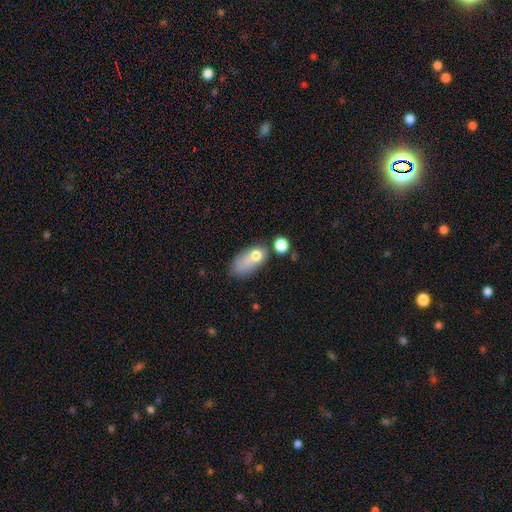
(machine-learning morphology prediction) Q: Smooth or featured?
A: smooth (68%); runner-up: featured or disk (21%)
Q: How rounded?
A: in between (82%); runner-up: round (14%)
Q: Merging?
A: major disturbance (26%); tied with: merger (26%)